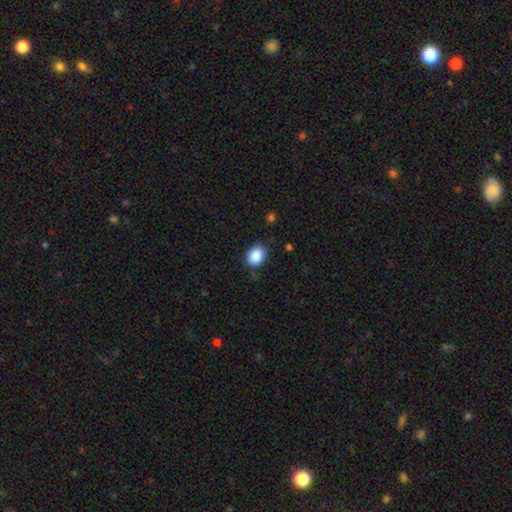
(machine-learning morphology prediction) This appears to be a smooth galaxy with no disk features (87%) that is round (54%). Merging: none (82%).